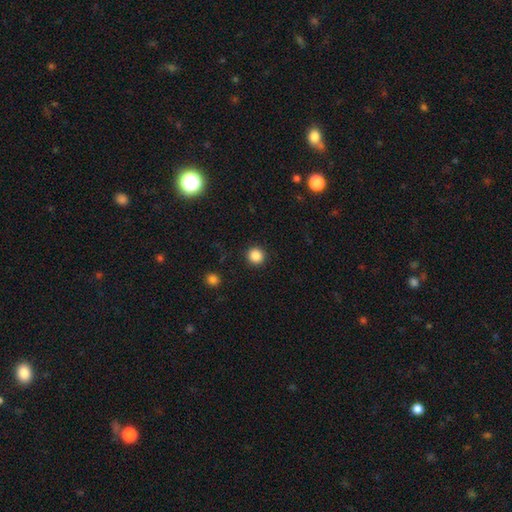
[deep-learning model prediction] smooth_or_featured: smooth (p=0.87) [alt: star or artifact p=0.10]
how_rounded: round (p=0.94) [alt: in between p=0.05]
merging: none (p=0.92) [alt: minor disturbance p=0.05]